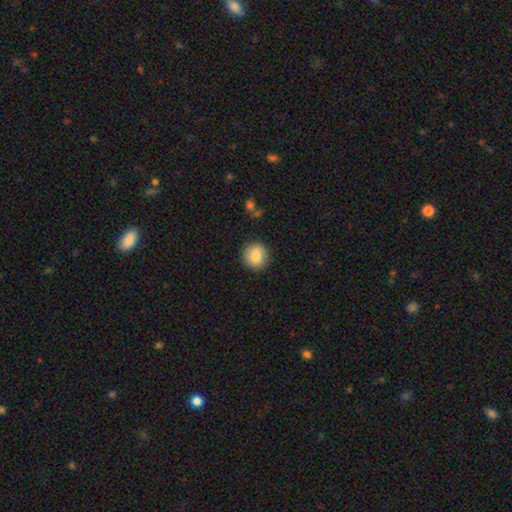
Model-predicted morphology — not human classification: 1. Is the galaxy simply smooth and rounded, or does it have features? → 85% smooth, 8% star or artifact, 7% featured or disk.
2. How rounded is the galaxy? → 92% round, 7% in between, 1% cigar-shaped.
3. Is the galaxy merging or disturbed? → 90% none, 7% minor disturbance, 2% major disturbance, 1% merger.